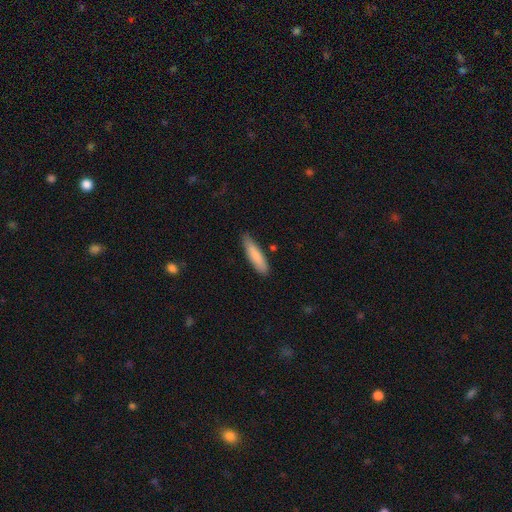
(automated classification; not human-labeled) Smooth or featured: smooth — 84% (featured or disk — 10%)
How rounded: cigar-shaped — 75% (in between — 23%)
Merging: none — 80% (minor disturbance — 15%)